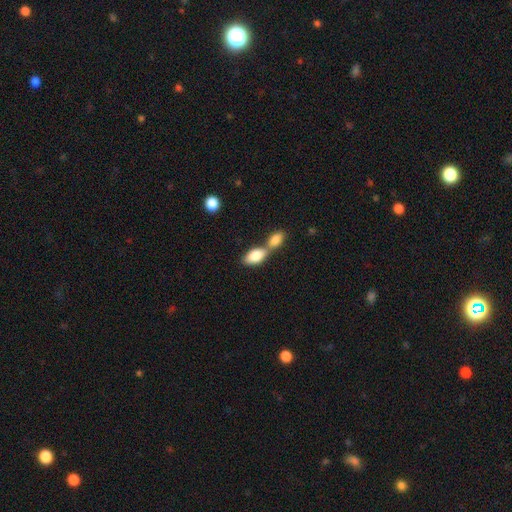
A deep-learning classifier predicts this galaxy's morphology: Smooth or featured? smooth (82%)
How rounded? in between (90%)
Merging? merger (69%)